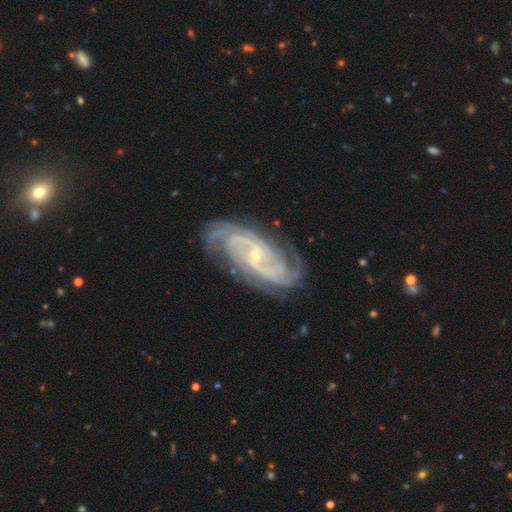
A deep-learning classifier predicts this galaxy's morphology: Overall: featured or disk (91%). Edge-on disk: no (96%). Bar: no (43%; weak 40%). Spiral arms: yes (98%). Spiral arm count: 2 (46%; can't tell 17%). Spiral winding: tight (45%; medium 43%). Bulge size: small (82%). Merging: none (78%).